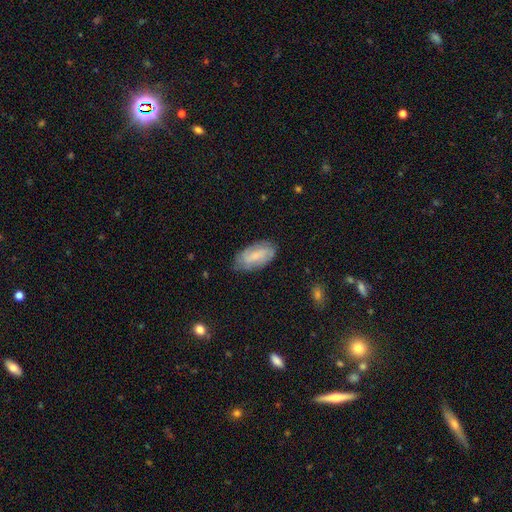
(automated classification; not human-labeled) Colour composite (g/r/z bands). It shows a smooth galaxy with no disk features (52%) that is in between round and cigar-shaped (92%). Merging: none (73%).